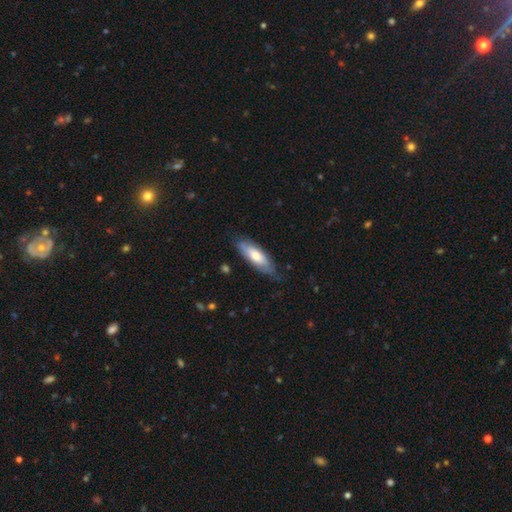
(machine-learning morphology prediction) A smooth galaxy with no disk features (61%) that is in between round and cigar-shaped (64%).

Vote fractions:
- Smooth or featured? smooth: 61% / featured or disk: 34% / star or artifact: 5%
- How rounded? in between: 64% / cigar-shaped: 35% / round: 2%
- Merging? none: 70% / minor disturbance: 23% / major disturbance: 5% / merger: 1%